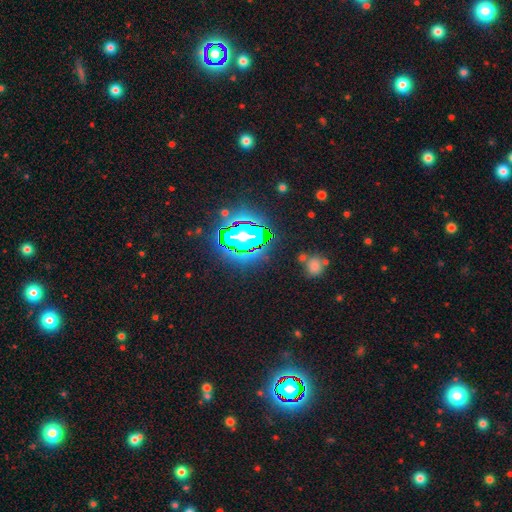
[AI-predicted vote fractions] A star or artifact, not a galaxy (83%).